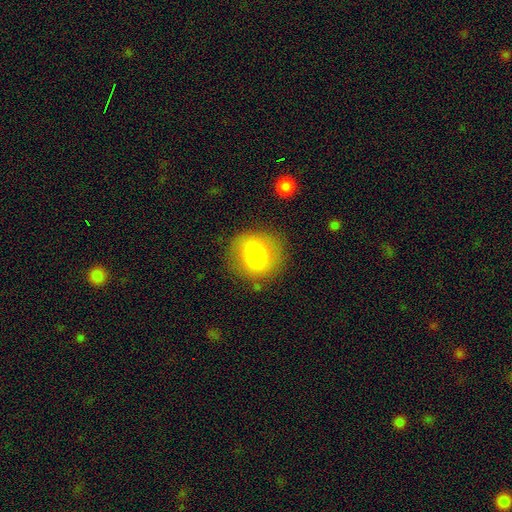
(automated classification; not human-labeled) smooth_or_featured: smooth (p=0.77) [alt: featured or disk p=0.15]
how_rounded: round (p=0.82) [alt: in between p=0.17]
merging: none (p=0.76) [alt: minor disturbance p=0.16]